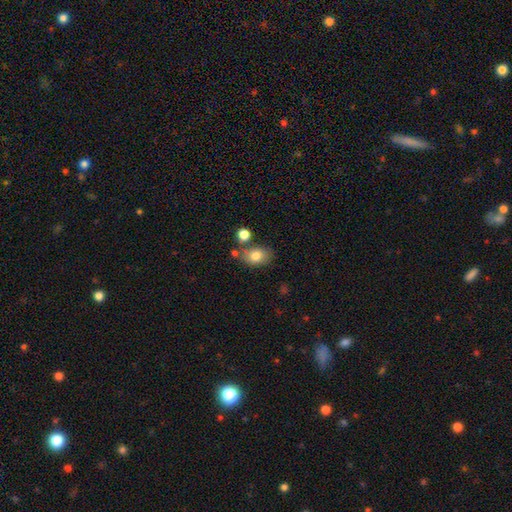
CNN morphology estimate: Overall: smooth (78%). How rounded: in between (71%). Merging: none (64%).